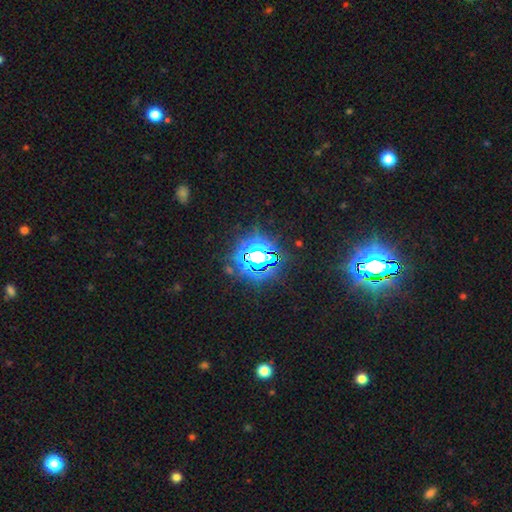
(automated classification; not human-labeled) This is clearly a star or artifact rather than a galaxy (81%).